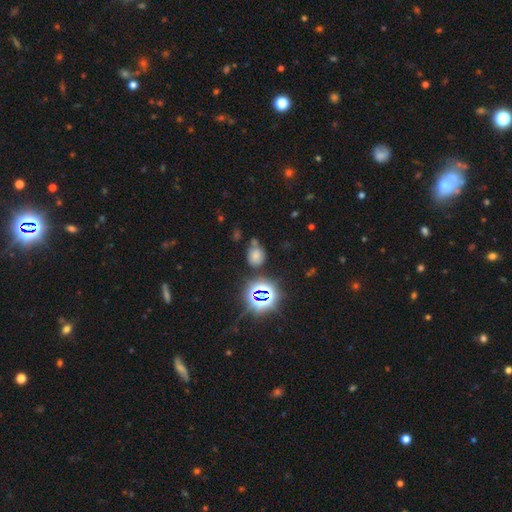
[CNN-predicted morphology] Smooth or featured? smooth (60%)
How rounded? round (57%)
Merging? none (58%)